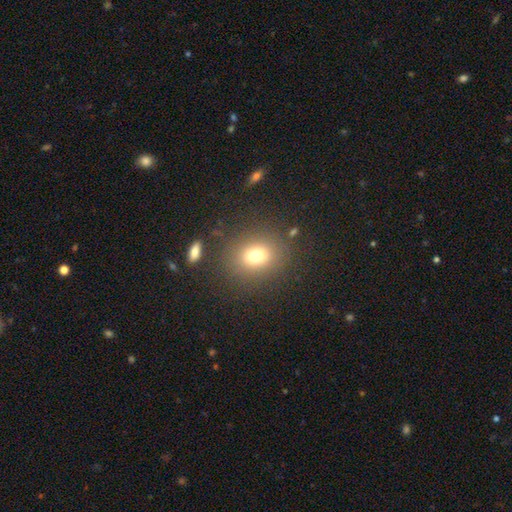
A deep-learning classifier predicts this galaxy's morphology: Smooth or featured? smooth (74%)
How rounded? round (61%)
Merging? none (83%)